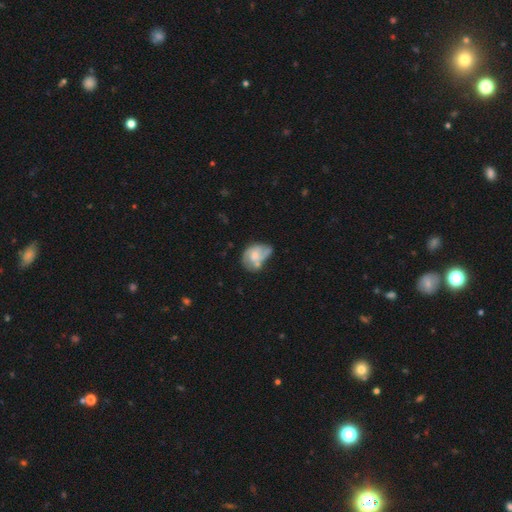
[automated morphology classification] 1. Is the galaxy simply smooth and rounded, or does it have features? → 53% featured or disk, 39% smooth, 7% star or artifact.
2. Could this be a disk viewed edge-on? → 97% no, 3% yes.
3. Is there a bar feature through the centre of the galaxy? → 70% no, 25% weak, 4% strong.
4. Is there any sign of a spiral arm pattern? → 66% yes, 34% no.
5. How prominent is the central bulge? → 40% moderate, 31% small, 18% none, 8% large, 2% dominant.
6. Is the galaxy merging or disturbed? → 32% none, 29% minor disturbance, 20% major disturbance, 19% merger.